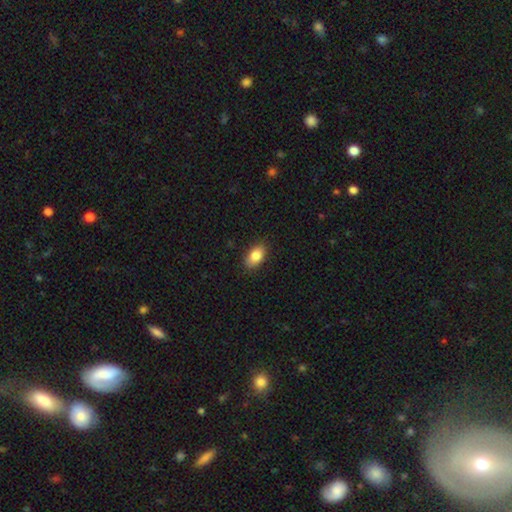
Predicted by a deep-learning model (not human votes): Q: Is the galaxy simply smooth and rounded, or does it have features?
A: smooth — 85%.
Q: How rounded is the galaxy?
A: in between — 91%.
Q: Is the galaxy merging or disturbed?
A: none — 87%.